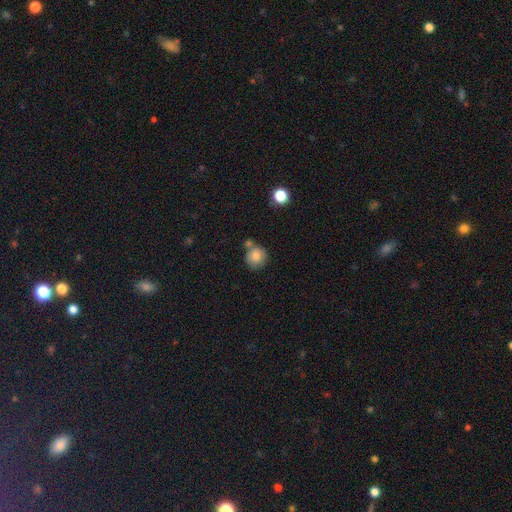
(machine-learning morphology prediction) Smooth or featured? smooth (81%)
How rounded? round (88%)
Merging? none (61%)